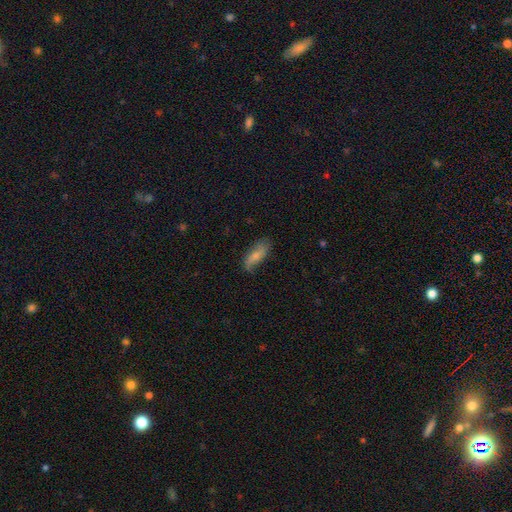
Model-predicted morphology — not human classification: smooth 64%, featured or disk 29%, star or artifact 7%. Down the decision tree: how rounded — in between (75%); merging — none (62%).